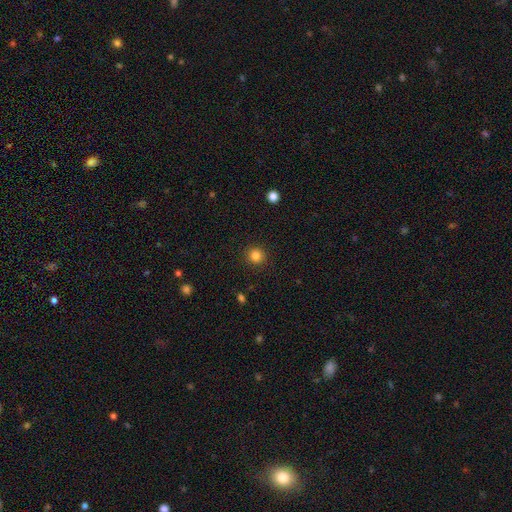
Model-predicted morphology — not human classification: smooth 84%, star or artifact 12%, featured or disk 4%. Down the decision tree: how rounded — round (94%); merging — none (92%).